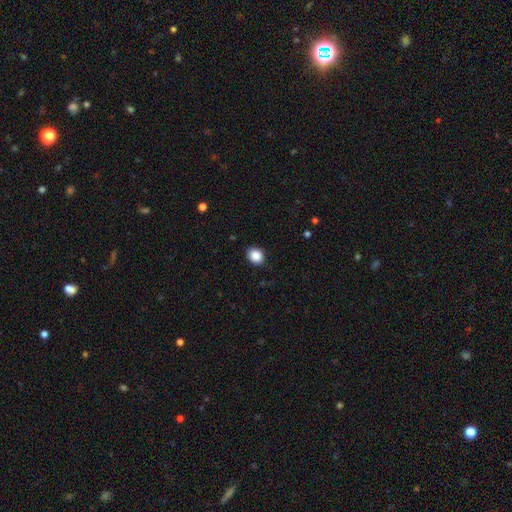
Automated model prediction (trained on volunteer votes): smooth_or_featured: smooth (p=0.88) [alt: star or artifact p=0.09]
how_rounded: round (p=0.57) [alt: in between p=0.42]
merging: none (p=0.89) [alt: minor disturbance p=0.08]